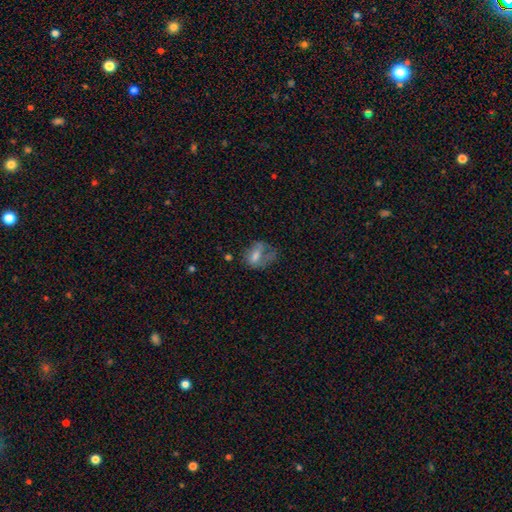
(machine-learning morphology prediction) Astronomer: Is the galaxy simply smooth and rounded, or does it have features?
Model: smooth — 59%.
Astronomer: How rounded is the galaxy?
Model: in between — 75%.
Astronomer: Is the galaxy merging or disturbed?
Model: major disturbance — 42% (runner-up: none, 28%).